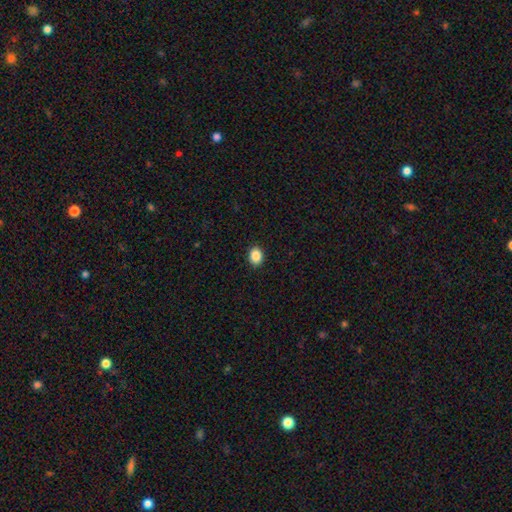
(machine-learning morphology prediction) This is clearly a smooth galaxy (88%). How rounded: possibly in between (59%). Merging: clearly none (91%).